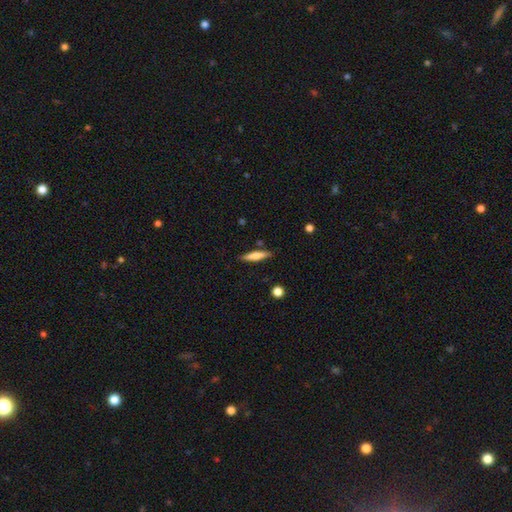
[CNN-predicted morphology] A smooth galaxy with no disk features (66%) that is cigar-shaped (84%).

Vote fractions:
- Smooth or featured? smooth: 66% / featured or disk: 28% / star or artifact: 6%
- How rounded? cigar-shaped: 84% / in between: 15% / round: 2%
- Merging? none: 85% / minor disturbance: 10% / merger: 2% / major disturbance: 2%